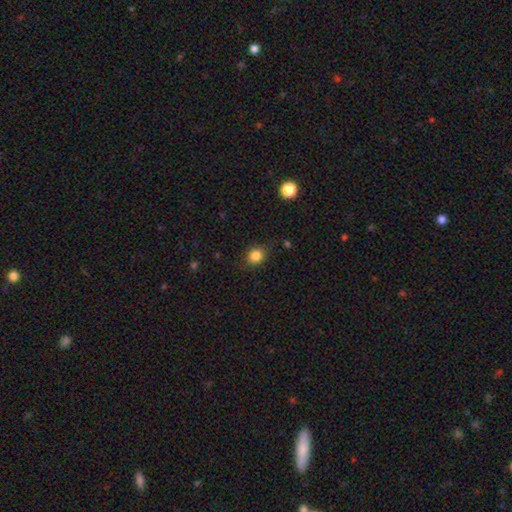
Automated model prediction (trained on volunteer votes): smooth_or_featured: smooth (p=0.84) [alt: star or artifact p=0.11]
how_rounded: round (p=0.73) [alt: in between p=0.26]
merging: none (p=0.83) [alt: minor disturbance p=0.13]